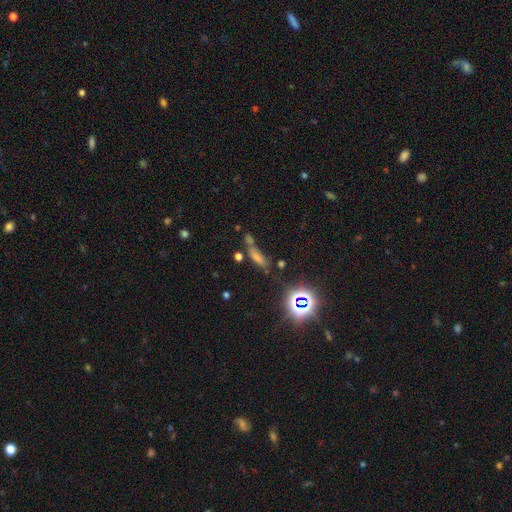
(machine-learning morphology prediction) Smooth or featured? smooth (45%)
Merging? none (53%)